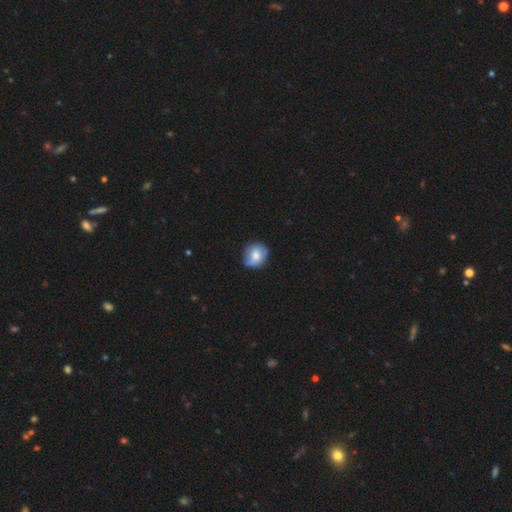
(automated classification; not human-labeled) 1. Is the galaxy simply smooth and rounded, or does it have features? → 65% smooth, 27% featured or disk, 8% star or artifact.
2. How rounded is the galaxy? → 76% round, 23% in between, 1% cigar-shaped.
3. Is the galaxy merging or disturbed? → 71% none, 23% minor disturbance, 5% major disturbance, 1% merger.